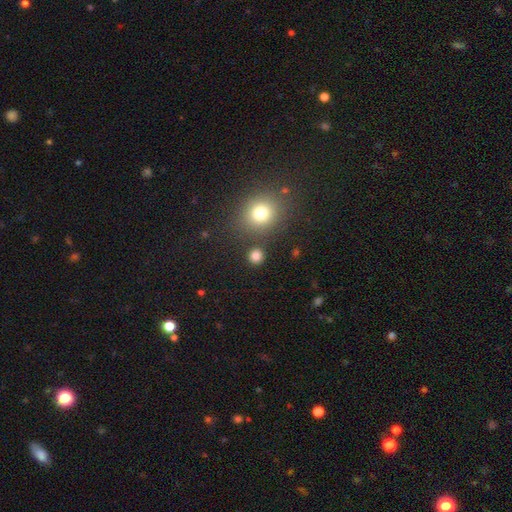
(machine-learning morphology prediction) type=smooth (81%); roundness=round (89%); merging=none (86%).